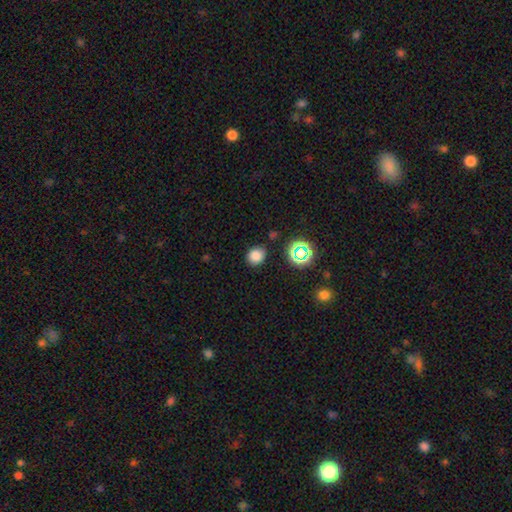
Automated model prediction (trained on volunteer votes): Smooth or featured? smooth (78%)
How rounded? round (70%)
Merging? none (84%)